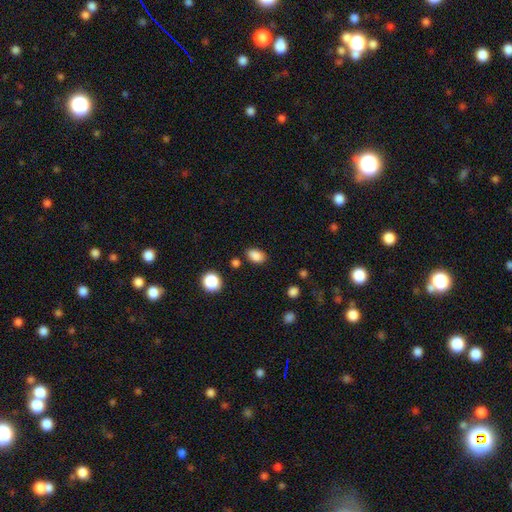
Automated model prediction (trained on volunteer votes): Morphology: type=smooth (86%); roundness=in between (84%); merging=none (80%).